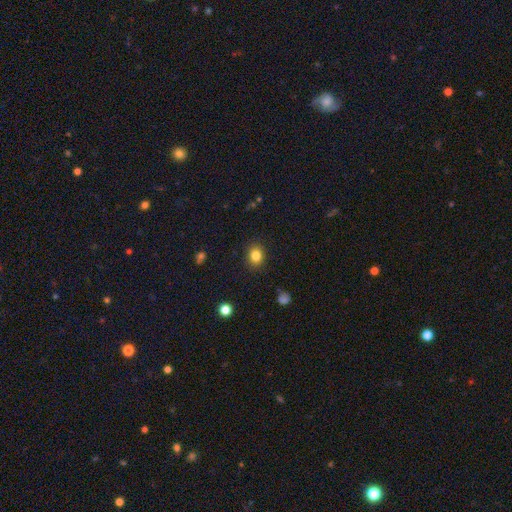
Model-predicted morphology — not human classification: Overall: smooth (83%). How rounded: round (65%; in between 34%). Merging: none (89%).